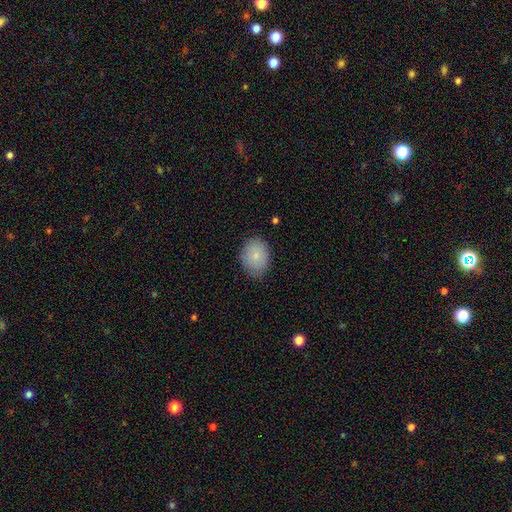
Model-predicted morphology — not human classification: This is clearly a smooth galaxy (81%). How rounded: likely in between (63%). Merging: clearly none (80%).